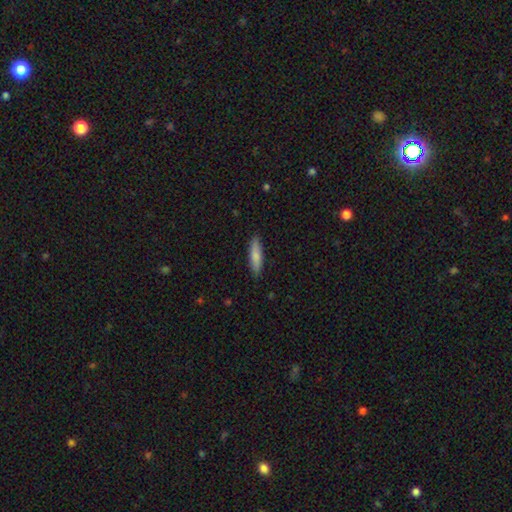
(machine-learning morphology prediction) Smooth or featured: smooth — 79% (featured or disk — 16%)
How rounded: cigar-shaped — 68% (in between — 30%)
Merging: none — 87% (minor disturbance — 10%)